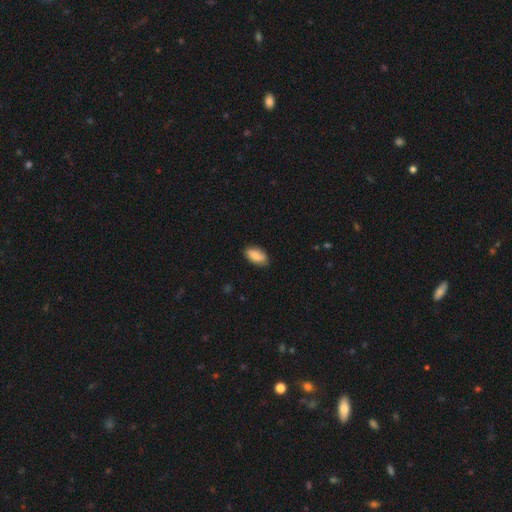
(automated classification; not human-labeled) smooth 86%, featured or disk 7%, star or artifact 6%. Down the decision tree: how rounded — in between (93%); merging — none (80%).